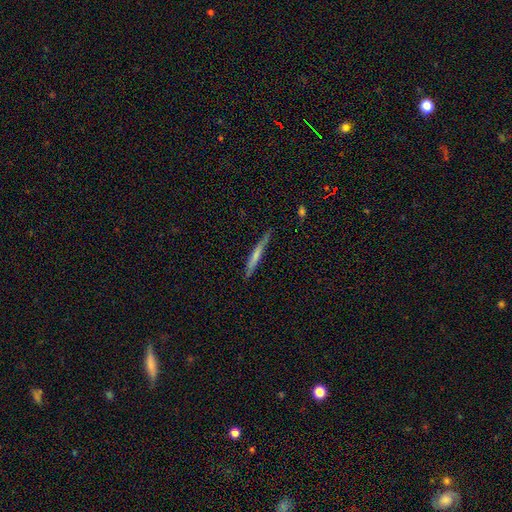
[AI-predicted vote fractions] This is possibly a smooth galaxy (58%). How rounded: clearly cigar-shaped (96%). Merging: likely none (80%).